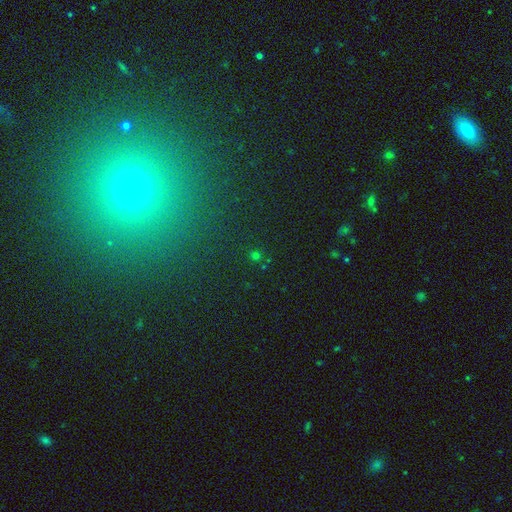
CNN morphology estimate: smooth-or-featured: smooth: 49% | star or artifact: 44% | featured or disk: 7%
  merging: none: 84% | minor disturbance: 7% | merger: 5% | major disturbance: 3%